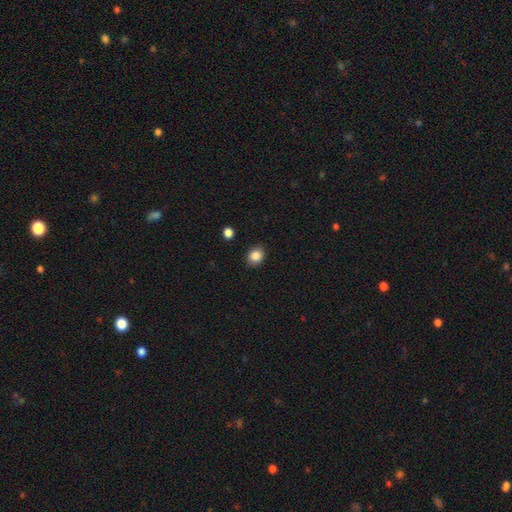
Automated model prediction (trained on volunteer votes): Morphology: type=smooth (86%); roundness=round (53%); merging=none (86%).